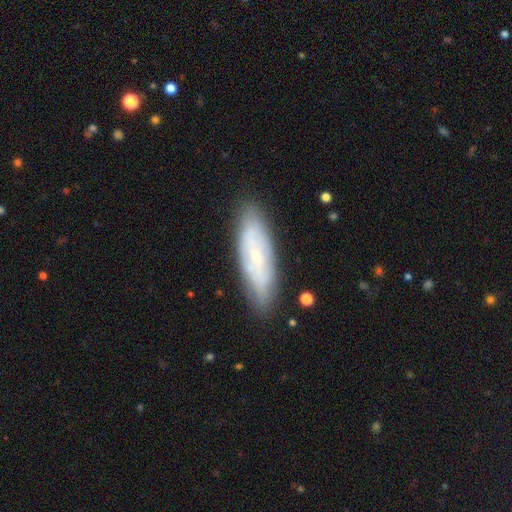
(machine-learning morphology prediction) A featured or disk galaxy (58%).

Vote fractions:
- Smooth or featured? featured or disk: 58% / smooth: 35% / star or artifact: 7%
- Edge-on disk? no: 76% / yes: 24%
- Merging? none: 82% / minor disturbance: 13% / major disturbance: 3% / merger: 2%